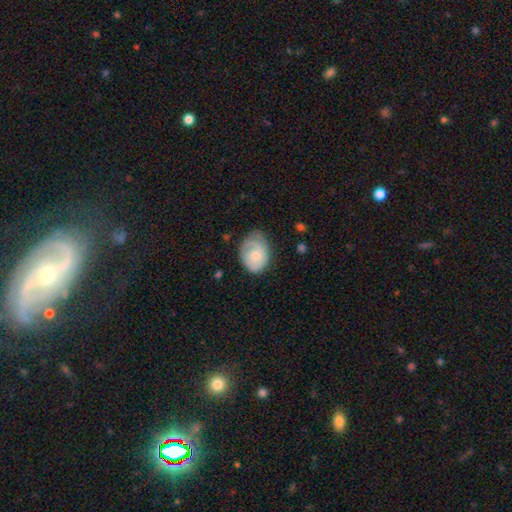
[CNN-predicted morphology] This appears to be a smooth galaxy with no disk features (62%) that is in between round and cigar-shaped (71%). Merging: none (51%).